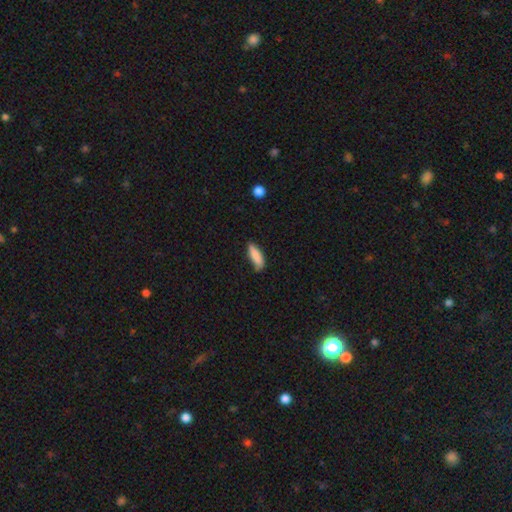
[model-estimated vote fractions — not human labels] smooth_or_featured: smooth (p=0.86) [alt: featured or disk p=0.08]
how_rounded: in between (p=0.50) [alt: cigar-shaped p=0.49]
merging: none (p=0.69) [alt: minor disturbance p=0.25]